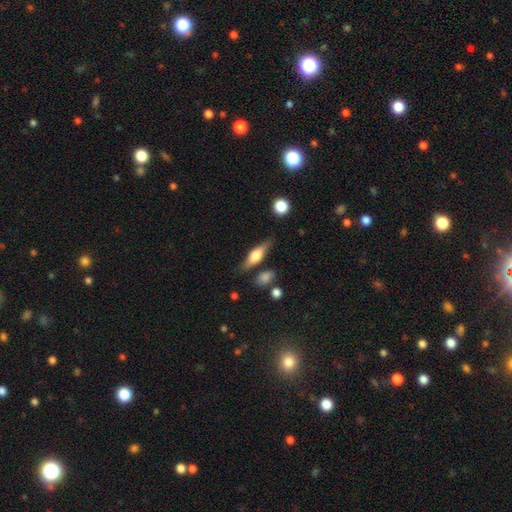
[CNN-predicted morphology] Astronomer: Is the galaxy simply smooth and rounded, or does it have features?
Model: featured or disk — 48% (runner-up: smooth, 46%).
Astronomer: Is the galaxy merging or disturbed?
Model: none — 78%.